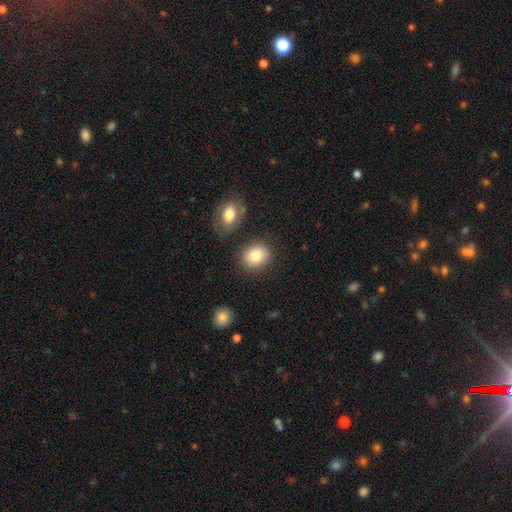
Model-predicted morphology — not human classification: smooth 83%, featured or disk 9%, star or artifact 8%. Down the decision tree: how rounded — round (55%); merging — none (81%).